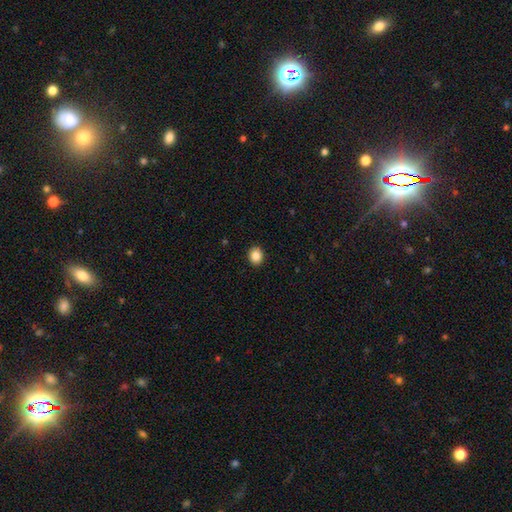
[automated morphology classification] A smooth galaxy with no disk features (87%) that is round (66%).

Vote fractions:
- Smooth or featured? smooth: 87% / star or artifact: 9% / featured or disk: 4%
- How rounded? round: 66% / in between: 33% / cigar-shaped: 1%
- Merging? none: 92% / minor disturbance: 5% / major disturbance: 2% / merger: 1%